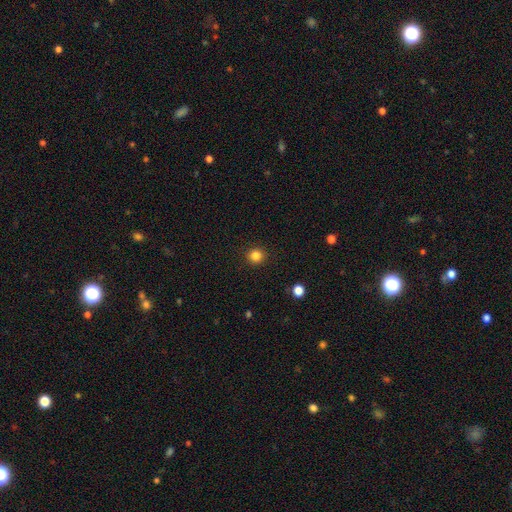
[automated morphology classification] This appears to be a smooth galaxy with no disk features (83%) that is round (94%). Merging: none (92%).